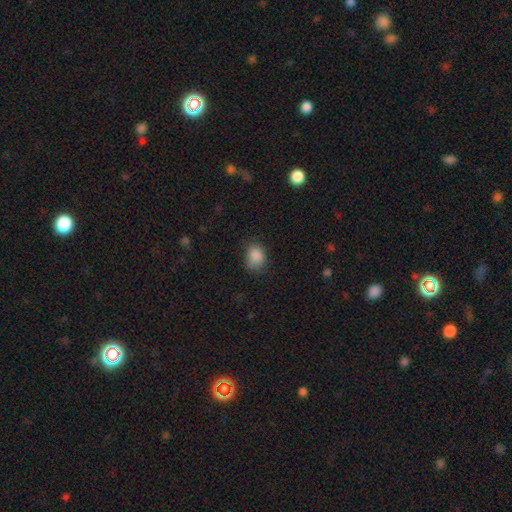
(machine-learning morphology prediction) smooth_or_featured: smooth (p=0.86) [alt: star or artifact p=0.09]
how_rounded: in between (p=0.58) [alt: round p=0.41]
merging: none (p=0.66) [alt: minor disturbance p=0.26]